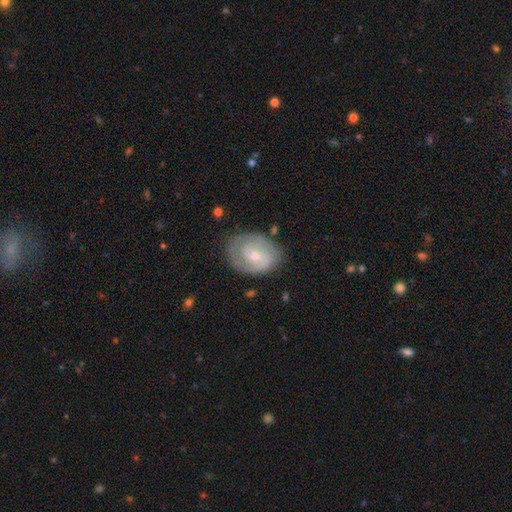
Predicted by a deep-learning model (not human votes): smooth_or_featured: featured or disk (p=0.67) [alt: smooth p=0.28]
disk_edge_on: no (p=0.97) [alt: yes p=0.03]
bar: weak (p=0.47) [alt: no p=0.43]
has_spiral_arms: yes (p=0.84) [alt: no p=0.16]
spiral_winding: tight (p=0.46) [alt: medium p=0.39]
spiral_arm_count: 2 (p=0.62) [alt: can't tell p=0.23]
bulge_size: small (p=0.62) [alt: moderate p=0.33]
merging: none (p=0.71) [alt: minor disturbance p=0.20]